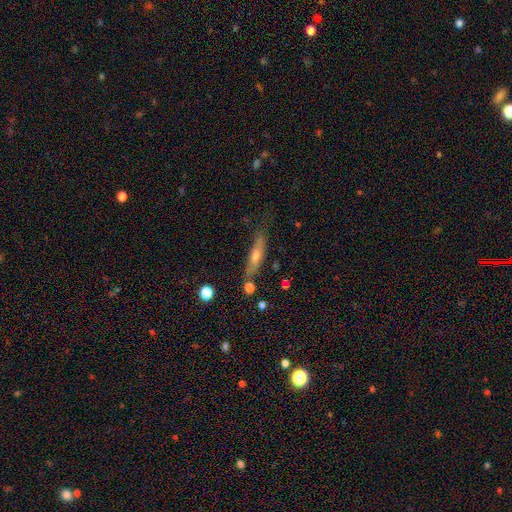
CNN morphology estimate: The model was most divided on "smooth or featured": featured or disk: 47%, smooth: 45%, star or artifact: 8%. More confident: merging — none (73%).